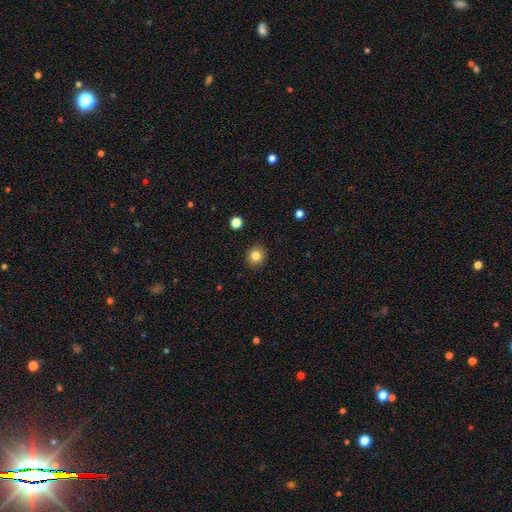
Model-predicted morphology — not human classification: Smooth or featured? Predicted: smooth (p=0.82). How rounded? Predicted: round (p=0.86). Merging? Predicted: none (p=0.91).